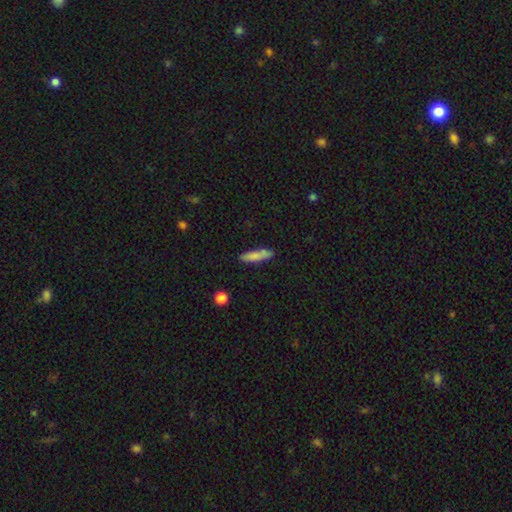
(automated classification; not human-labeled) A smooth galaxy with no disk features (81%) that is cigar-shaped (77%).

Vote fractions:
- Smooth or featured? smooth: 81% / featured or disk: 12% / star or artifact: 7%
- How rounded? cigar-shaped: 77% / in between: 21% / round: 2%
- Merging? none: 75% / minor disturbance: 16% / merger: 6% / major disturbance: 3%